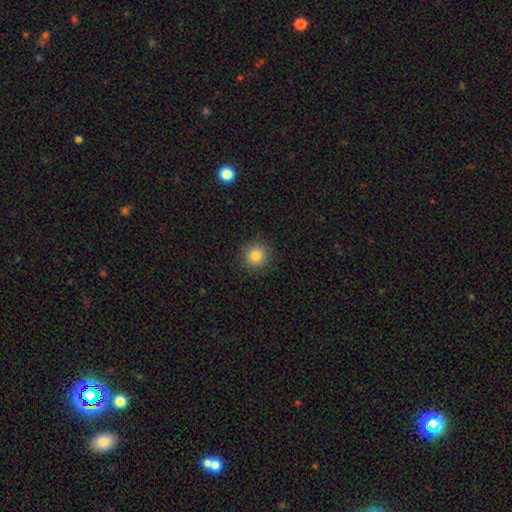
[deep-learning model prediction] This is clearly a smooth galaxy (83%). How rounded: clearly round (93%). Merging: clearly none (90%).